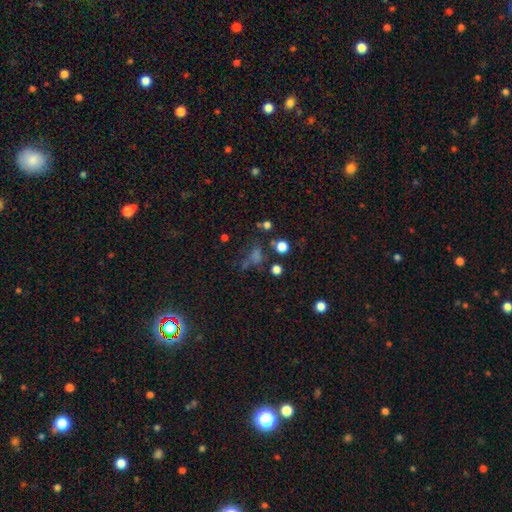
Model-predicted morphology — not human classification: Q: Smooth or featured?
A: star or artifact (55%); runner-up: smooth (29%)